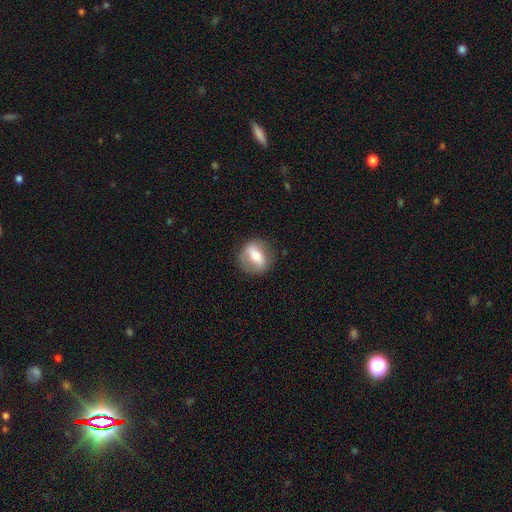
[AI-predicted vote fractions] Overall: smooth (53%; featured or disk 40%). How rounded: round (49%; in between 47%). Merging: none (79%).